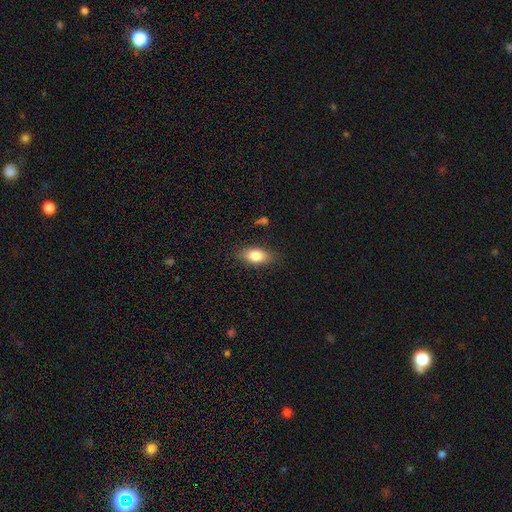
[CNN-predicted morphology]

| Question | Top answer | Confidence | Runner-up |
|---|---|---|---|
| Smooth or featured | smooth | 80% | featured or disk (12%) |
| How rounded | in between | 86% | round (8%) |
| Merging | none | 84% | minor disturbance (12%) |